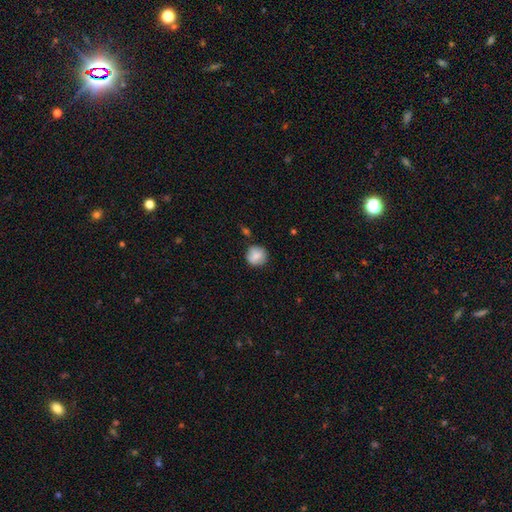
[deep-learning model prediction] Overall: smooth (82%). How rounded: round (92%). Merging: none (81%).